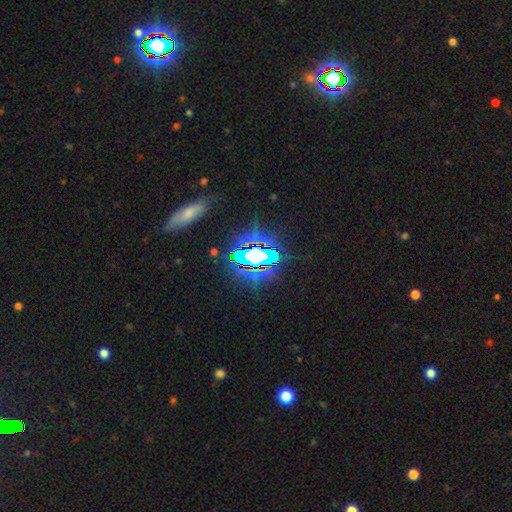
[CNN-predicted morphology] A star or artifact, not a galaxy (68%).

Vote fractions:
- Smooth or featured? star or artifact: 68% / featured or disk: 17% / smooth: 16%